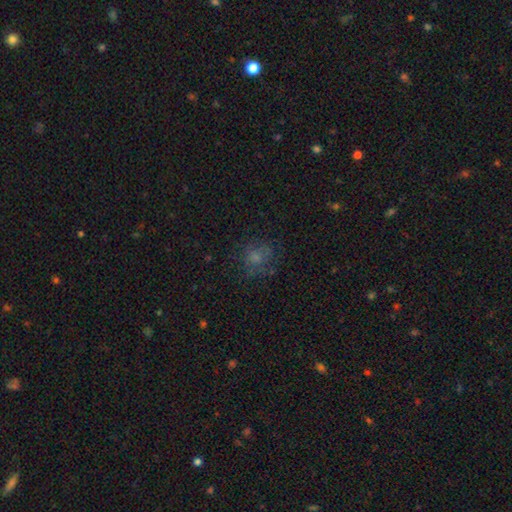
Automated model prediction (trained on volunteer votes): A smooth galaxy with no disk features (46%).

Vote fractions:
- Smooth or featured? smooth: 46% / star or artifact: 31% / featured or disk: 23%
- Merging? none: 75% / minor disturbance: 15% / major disturbance: 9% / merger: 2%